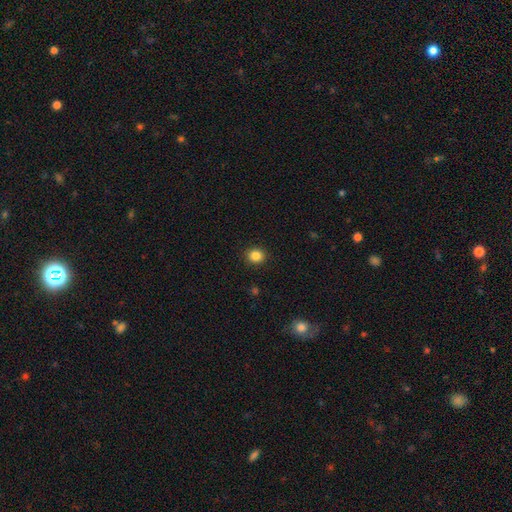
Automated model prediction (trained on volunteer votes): The model was most divided on "how rounded": round: 78%, in between: 21%, cigar-shaped: 1%. More confident: merging — none (91%); smooth or featured — smooth (85%).